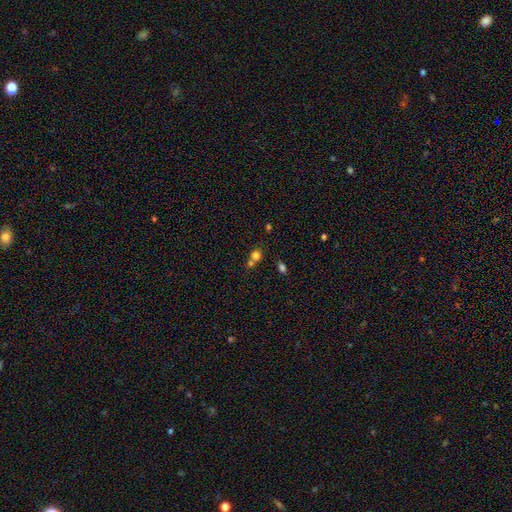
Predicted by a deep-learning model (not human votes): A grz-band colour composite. It shows a smooth galaxy with no disk features (75%) that is round (74%). Merging: none (47%).